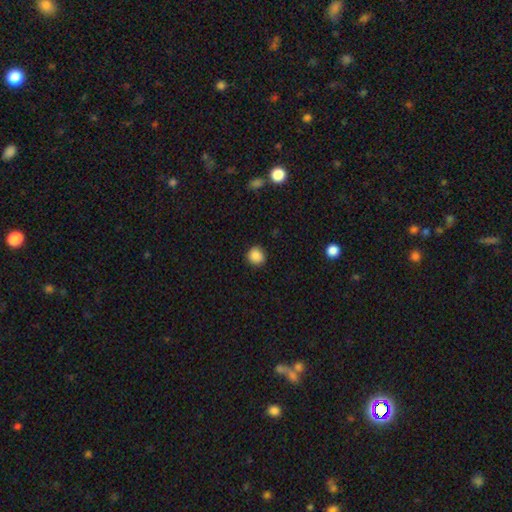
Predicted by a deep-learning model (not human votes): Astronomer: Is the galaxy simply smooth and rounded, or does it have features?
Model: smooth — 87%.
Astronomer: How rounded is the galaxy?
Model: round — 88%.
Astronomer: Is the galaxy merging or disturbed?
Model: none — 89%.